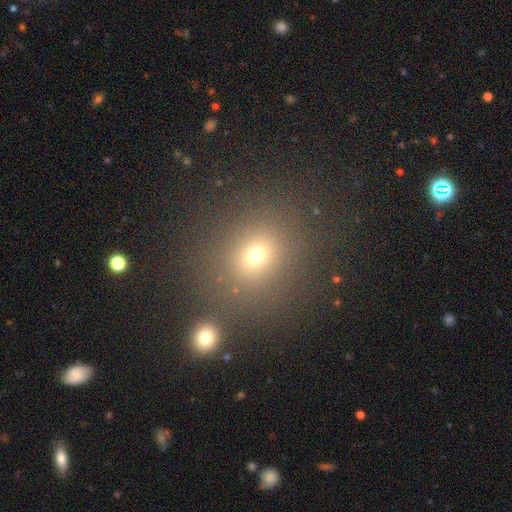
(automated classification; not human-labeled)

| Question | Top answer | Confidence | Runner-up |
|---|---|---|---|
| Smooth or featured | smooth | 69% | star or artifact (22%) |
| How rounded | round | 74% | in between (25%) |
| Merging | none | 80% | minor disturbance (9%) |